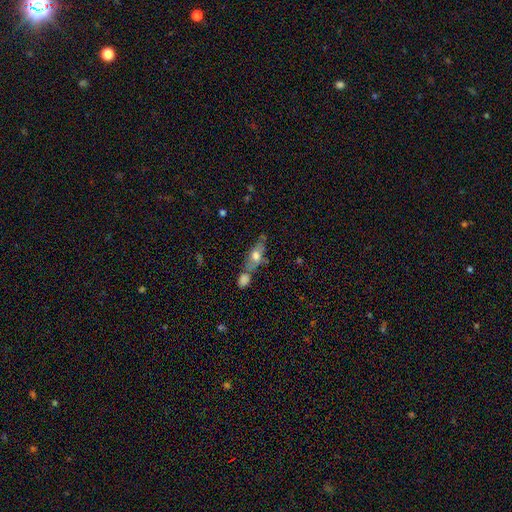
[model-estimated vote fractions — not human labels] Smooth or featured?
  - smooth: 56% *
  - featured or disk: 35%
  - star or artifact: 8%
How rounded?
  - in between: 63% *
  - cigar-shaped: 31%
  - round: 6%
Merging?
  - none: 46% *
  - merger: 33%
  - minor disturbance: 15%
  - major disturbance: 6%